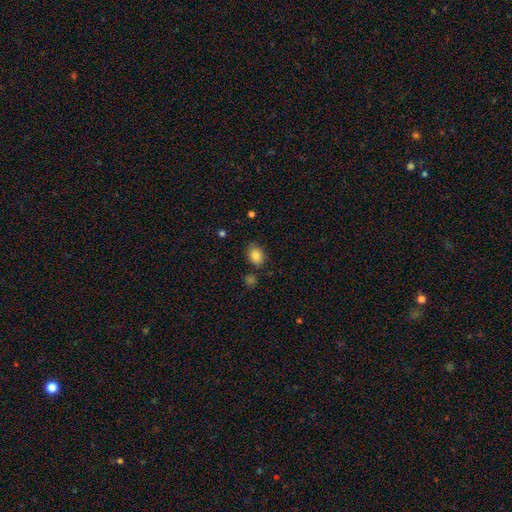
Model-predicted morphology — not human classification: Smooth or featured? Predicted: smooth (p=0.84). How rounded? Predicted: in between (p=0.63). Merging? Predicted: none (p=0.79).